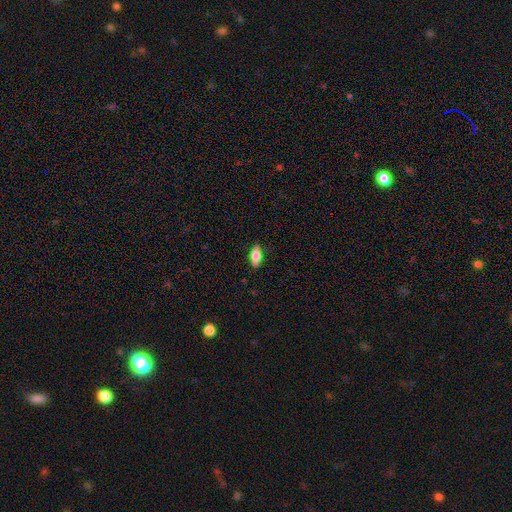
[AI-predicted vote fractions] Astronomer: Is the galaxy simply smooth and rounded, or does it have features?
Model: smooth — 73%.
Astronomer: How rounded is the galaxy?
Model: in between — 83%.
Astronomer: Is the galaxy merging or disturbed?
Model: none — 86%.